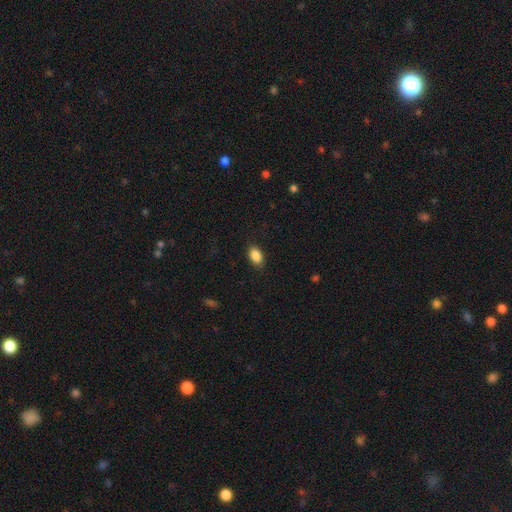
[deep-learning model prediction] The model was most divided on "merging": none: 86%, minor disturbance: 10%, major disturbance: 3%, merger: 1%. More confident: how rounded — in between (89%); smooth or featured — smooth (88%).